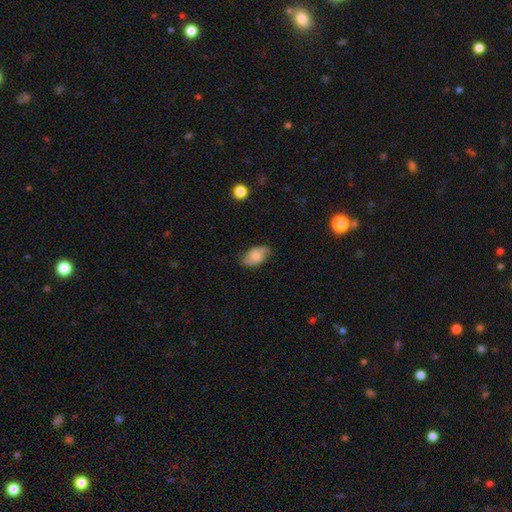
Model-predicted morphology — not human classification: The model was most divided on "smooth or featured": smooth: 49%, featured or disk: 43%, star or artifact: 8%. More confident: merging — none (74%).